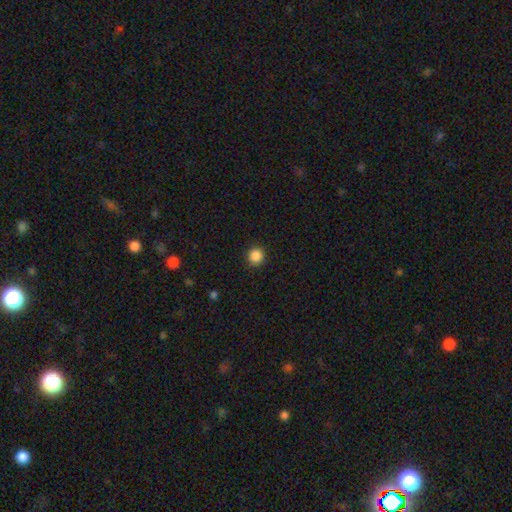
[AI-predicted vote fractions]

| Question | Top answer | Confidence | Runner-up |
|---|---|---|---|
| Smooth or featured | smooth | 87% | star or artifact (11%) |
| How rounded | round | 94% | in between (5%) |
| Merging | none | 90% | minor disturbance (7%) |